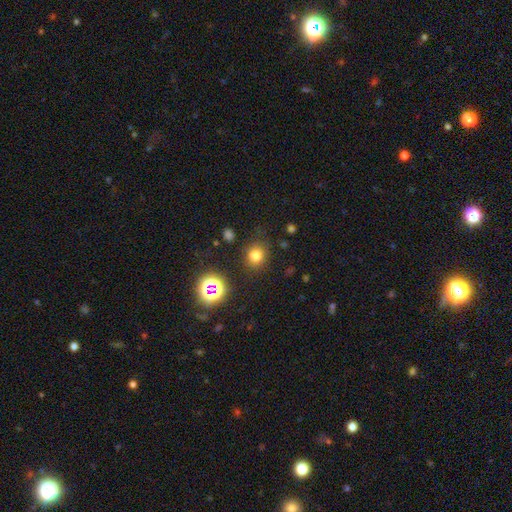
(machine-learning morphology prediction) Smooth or featured? Predicted: smooth (p=0.73). How rounded? Predicted: round (p=0.78). Merging? Predicted: none (p=0.80).